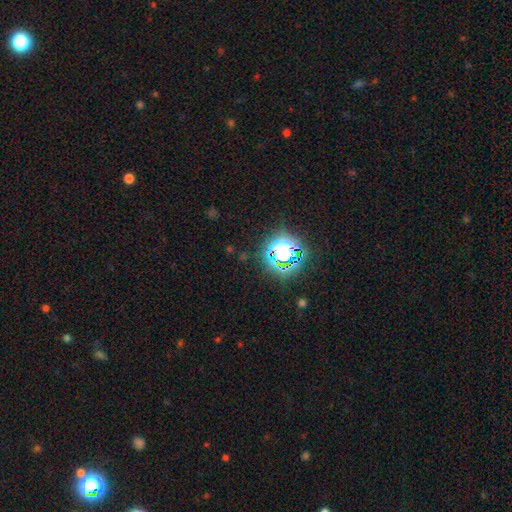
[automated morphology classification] smooth_or_featured: star or artifact (p=0.75) [alt: smooth p=0.17]